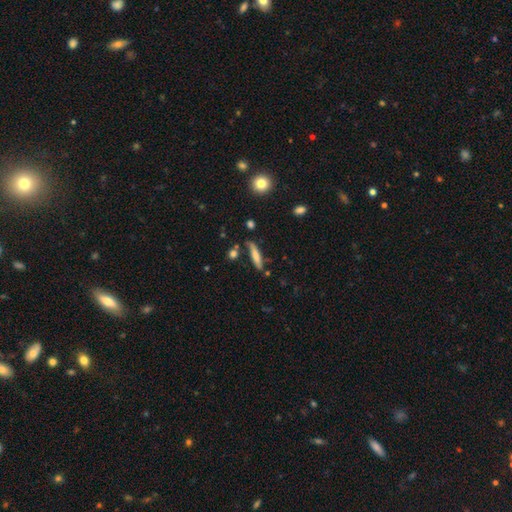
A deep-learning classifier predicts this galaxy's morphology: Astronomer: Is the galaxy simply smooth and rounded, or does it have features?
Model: smooth — 67%.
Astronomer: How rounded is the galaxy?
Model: cigar-shaped — 83%.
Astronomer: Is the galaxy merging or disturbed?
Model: none — 69%.